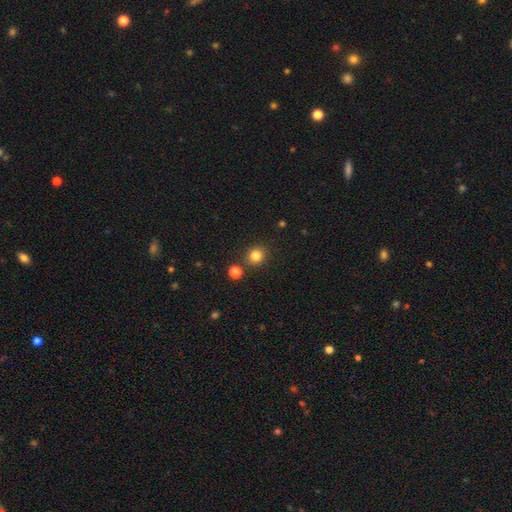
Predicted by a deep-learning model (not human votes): Smooth or featured?
  - smooth: 82% *
  - star or artifact: 14%
  - featured or disk: 5%
How rounded?
  - round: 88% *
  - in between: 11%
  - cigar-shaped: 1%
Merging?
  - none: 83% *
  - minor disturbance: 8%
  - merger: 6%
  - major disturbance: 3%